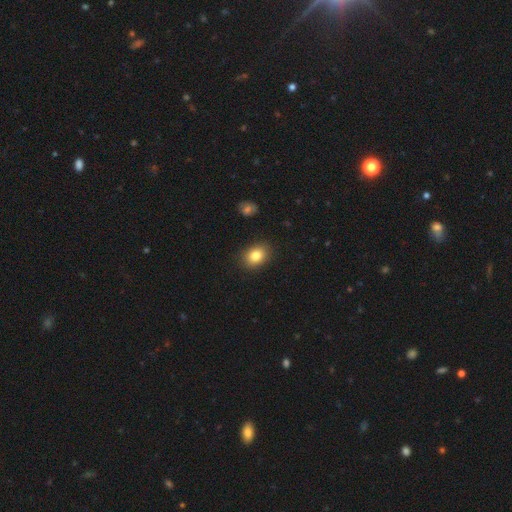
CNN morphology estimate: type=smooth (83%); roundness=in between (68%); merging=none (88%).